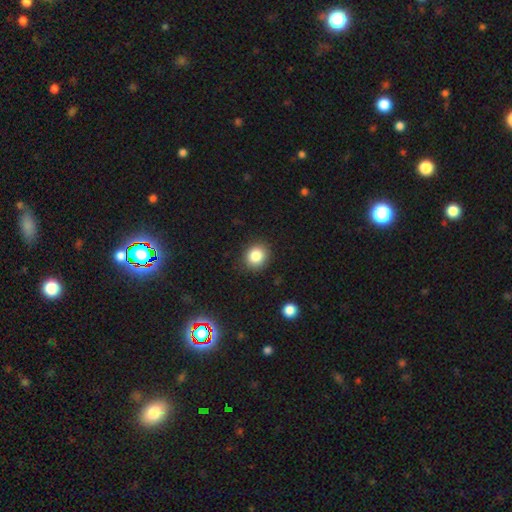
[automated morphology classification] A smooth galaxy with no disk features (84%) that is round (78%).

Vote fractions:
- Smooth or featured? smooth: 84% / star or artifact: 10% / featured or disk: 6%
- How rounded? round: 78% / in between: 21% / cigar-shaped: 1%
- Merging? none: 89% / minor disturbance: 8% / major disturbance: 2% / merger: 1%